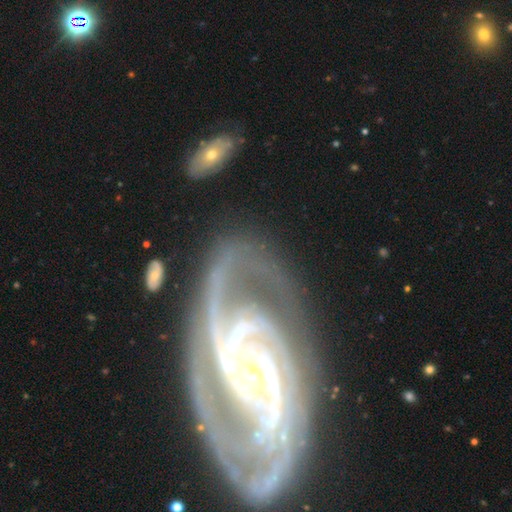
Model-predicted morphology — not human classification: This appears to be a featured or disk galaxy (92%) with no bar (40%), 2 (49%) tight (52%) spiral arms (98%) and a small central bulge (72%). Merging: none (73%).